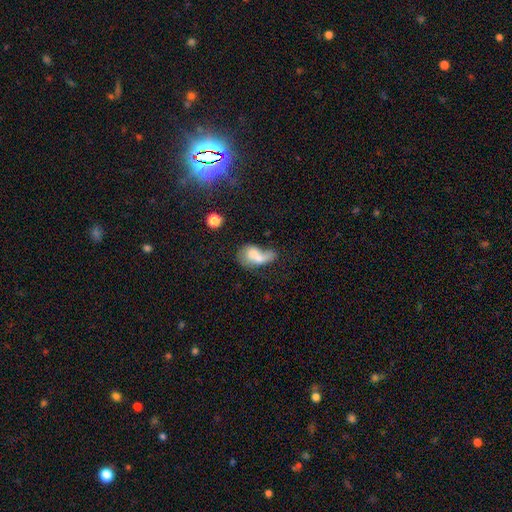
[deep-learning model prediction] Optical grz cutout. It shows a smooth galaxy with no disk features (62%) that is in between round and cigar-shaped (71%). Merging: merger (66%).